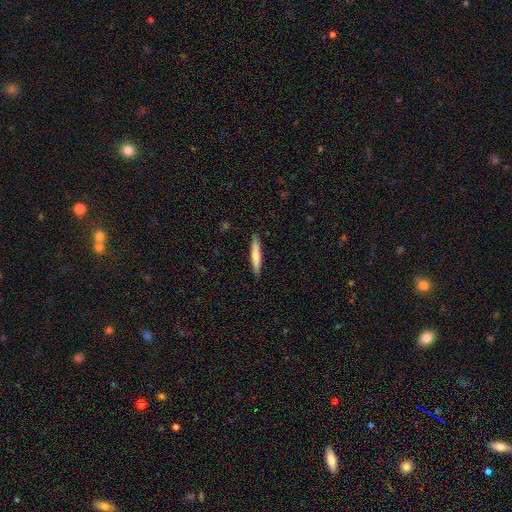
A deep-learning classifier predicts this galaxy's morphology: Q: Smooth or featured?
A: smooth (73%); runner-up: featured or disk (22%)
Q: How rounded?
A: cigar-shaped (92%); runner-up: in between (7%)
Q: Merging?
A: none (89%); runner-up: minor disturbance (9%)